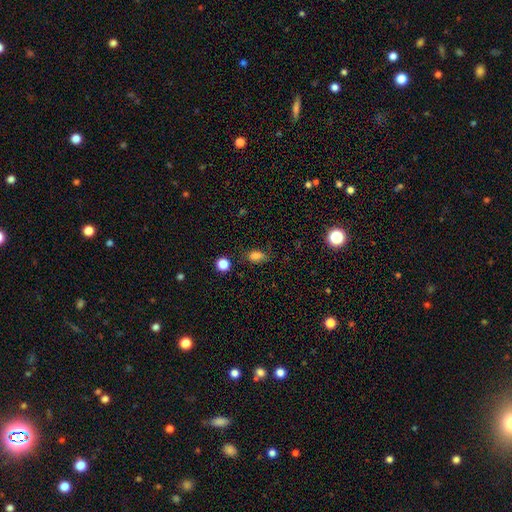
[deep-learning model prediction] smooth 81%, star or artifact 13%, featured or disk 6%. Down the decision tree: how rounded — in between (80%); merging — none (71%).